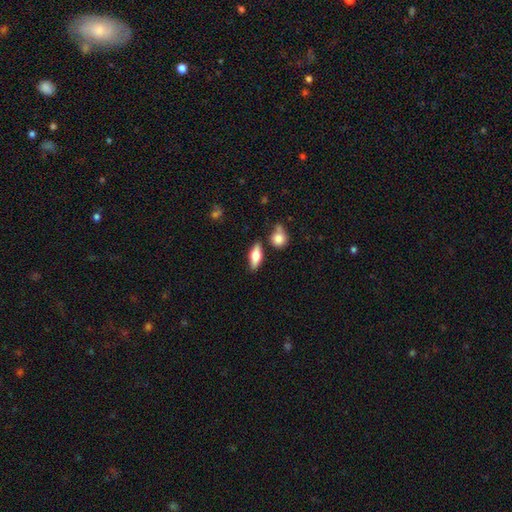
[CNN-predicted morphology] This is likely a smooth galaxy (62%). How rounded: likely in between (68%). Merging: likely none (79%).